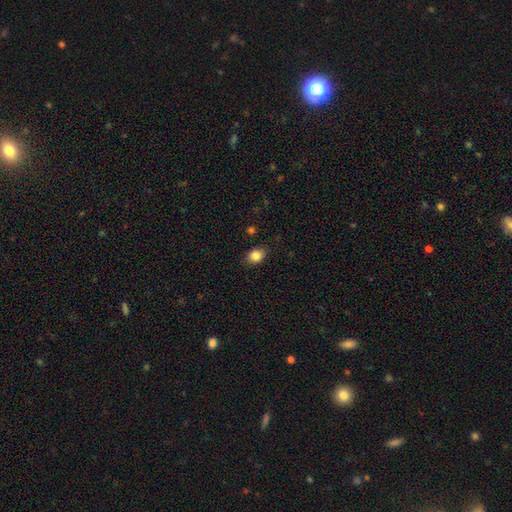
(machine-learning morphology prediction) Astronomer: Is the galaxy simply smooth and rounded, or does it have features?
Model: smooth — 85%.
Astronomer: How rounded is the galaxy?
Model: in between — 59% (runner-up: round, 40%).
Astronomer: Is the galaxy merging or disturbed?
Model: none — 85%.